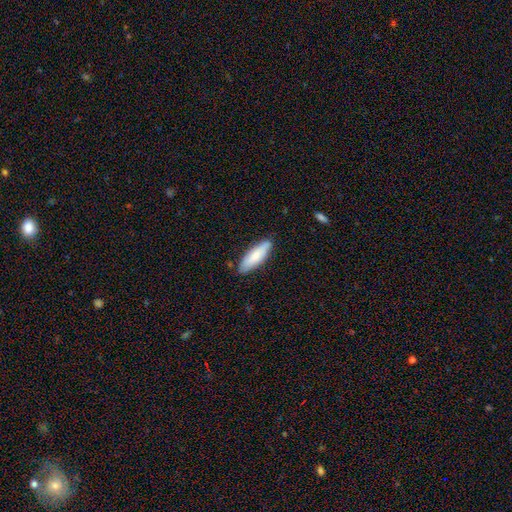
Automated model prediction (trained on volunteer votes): Smooth or featured: smooth — 79% (featured or disk — 16%)
How rounded: in between — 52% (cigar-shaped — 47%)
Merging: none — 82% (minor disturbance — 14%)